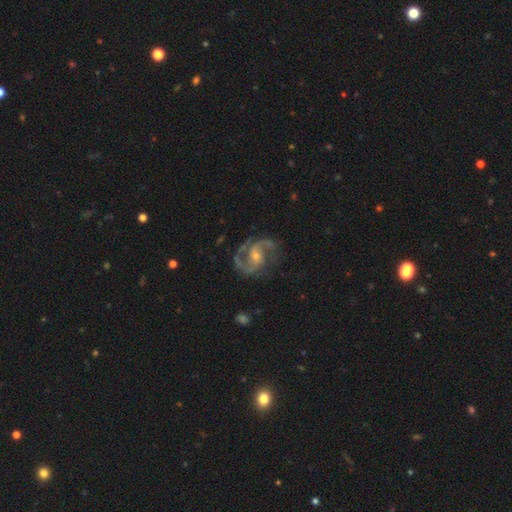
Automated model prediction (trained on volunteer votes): smooth_or_featured: featured or disk (p=0.92) [alt: star or artifact p=0.04]
disk_edge_on: no (p=0.98) [alt: yes p=0.02]
bar: weak (p=0.44) [alt: no p=0.41]
has_spiral_arms: yes (p=0.98) [alt: no p=0.02]
spiral_winding: medium (p=0.62) [alt: tight p=0.22]
spiral_arm_count: 2 (p=0.87) [alt: 3 p=0.05]
bulge_size: small (p=0.58) [alt: moderate p=0.36]
merging: none (p=0.72) [alt: minor disturbance p=0.17]